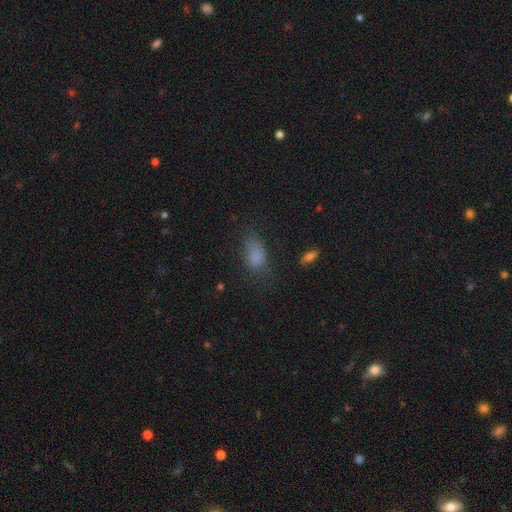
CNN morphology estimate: smooth_or_featured: smooth (p=0.78) [alt: star or artifact p=0.12]
how_rounded: in between (p=0.87) [alt: round p=0.09]
merging: none (p=0.51) [alt: minor disturbance p=0.28]